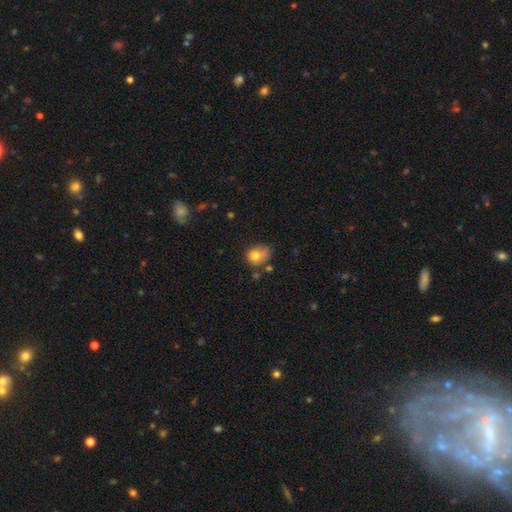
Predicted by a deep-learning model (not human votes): smooth 76%, featured or disk 15%, star or artifact 9%. Down the decision tree: how rounded — round (60%); merging — none (37%).